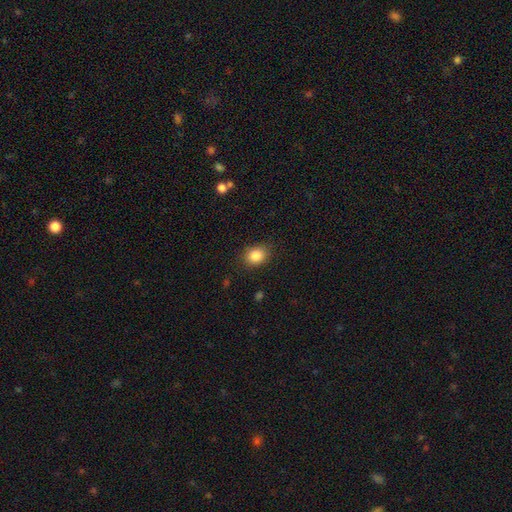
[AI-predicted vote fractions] smooth 85%, star or artifact 10%, featured or disk 5%. Down the decision tree: how rounded — round (52%); merging — none (84%).